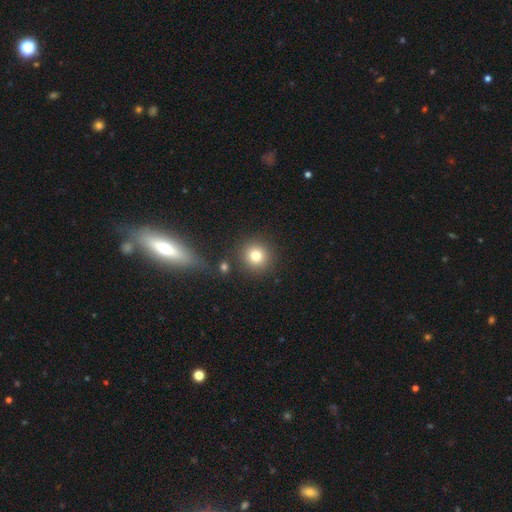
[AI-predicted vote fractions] Smooth or featured: smooth — 80% (star or artifact — 12%)
How rounded: round — 93% (in between — 6%)
Merging: none — 84% (minor disturbance — 7%)